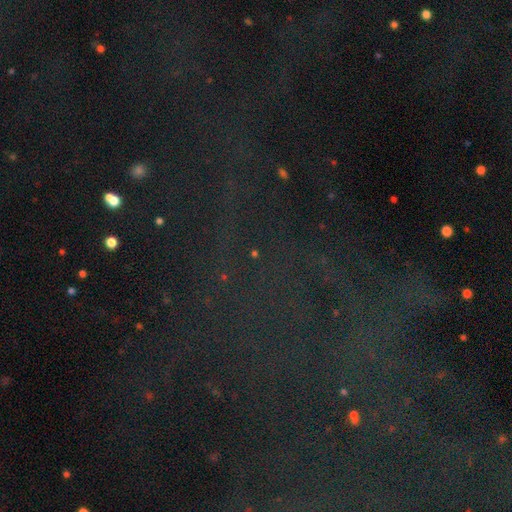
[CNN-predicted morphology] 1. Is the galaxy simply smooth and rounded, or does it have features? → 80% star or artifact, 10% smooth, 9% featured or disk.